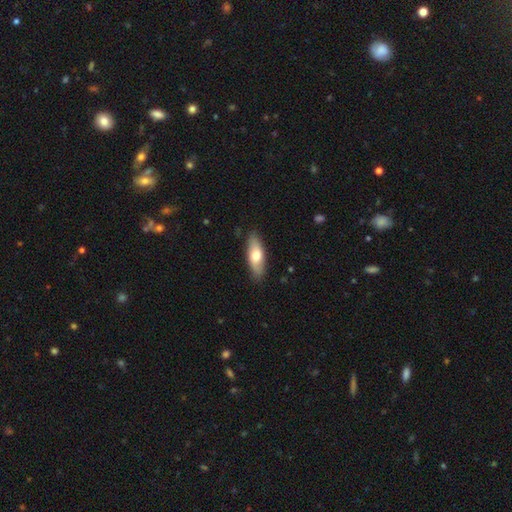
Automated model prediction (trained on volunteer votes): A smooth galaxy with no disk features (66%) that is in between round and cigar-shaped (70%). Merging: none (86%).